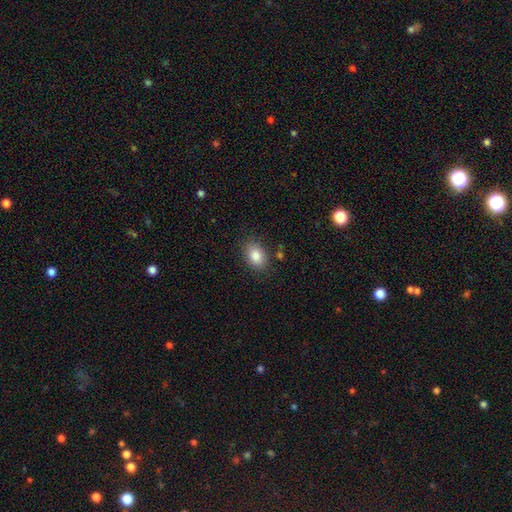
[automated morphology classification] Smooth or featured? smooth (85%)
How rounded? in between (80%)
Merging? none (83%)